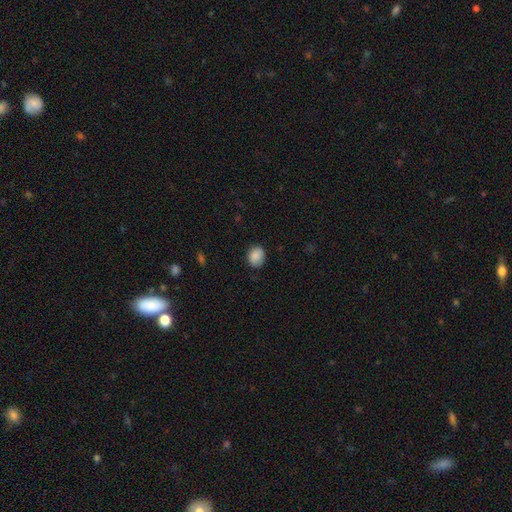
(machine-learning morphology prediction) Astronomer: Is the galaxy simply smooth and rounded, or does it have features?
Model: smooth — 88%.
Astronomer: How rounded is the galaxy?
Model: round — 51% (runner-up: in between, 48%).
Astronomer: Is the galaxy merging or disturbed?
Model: none — 81%.